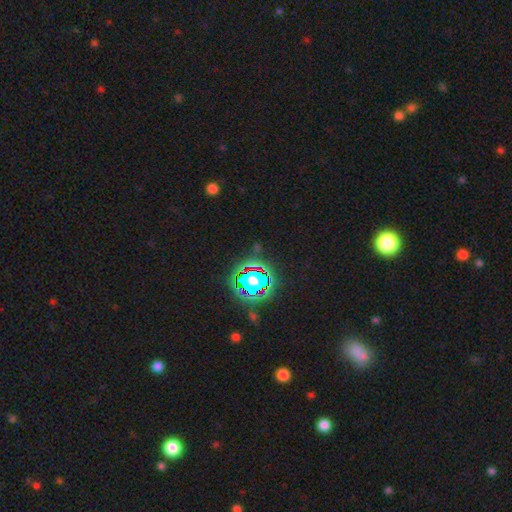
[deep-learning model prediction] Morphology: type=star or artifact (77%).